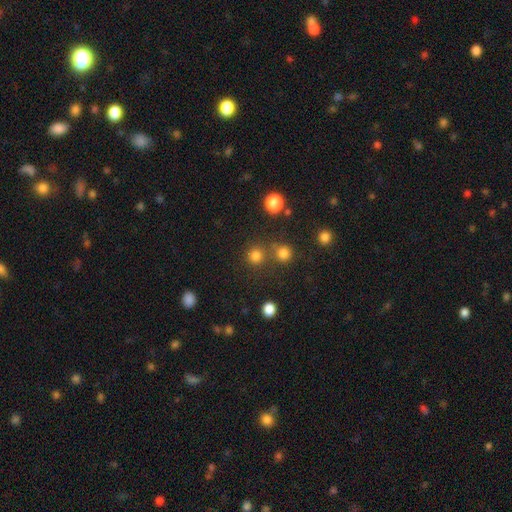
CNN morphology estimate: Overall: smooth (78%). How rounded: round (92%). Merging: none (73%).